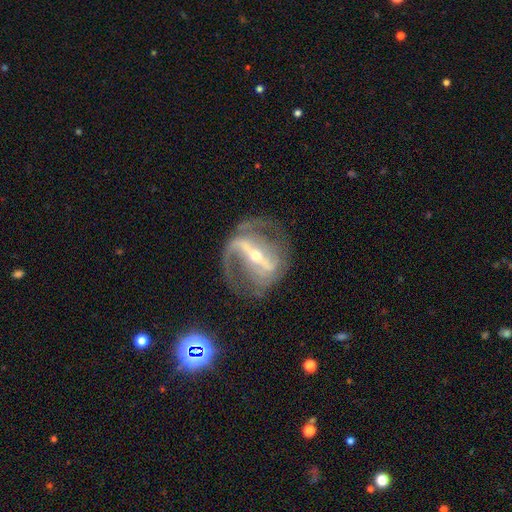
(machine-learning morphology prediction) Smooth or featured?
  - featured or disk: 88% *
  - star or artifact: 6%
  - smooth: 5%
Edge-on disk?
  - no: 92% *
  - yes: 8%
Bar?
  - strong: 77% *
  - weak: 17%
  - no: 7%
Spiral arms?
  - yes: 89% *
  - no: 11%
Spiral winding?
  - medium: 44% *
  - loose: 35%
  - tight: 20%
Spiral arm count?
  - 2: 73% *
  - 1: 11%
  - can't tell: 9%
  - 3: 4%
  - 4: 2%
  - more than 4: 2%
Bulge size?
  - small: 61% *
  - moderate: 35%
  - large: 2%
  - none: 1%
  - dominant: 1%
Merging?
  - none: 59% *
  - major disturbance: 20%
  - minor disturbance: 18%
  - merger: 3%